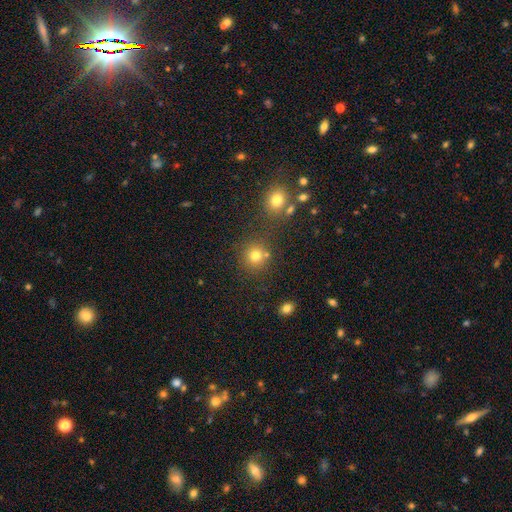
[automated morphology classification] The model was most divided on "merging": none: 75%, merger: 13%, minor disturbance: 9%, major disturbance: 4%. More confident: how rounded — round (90%); smooth or featured — smooth (78%).